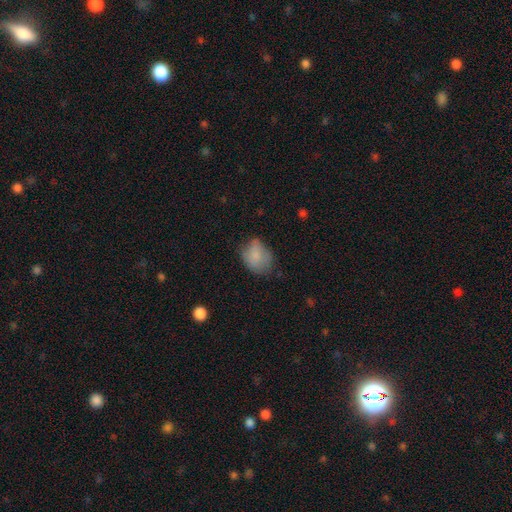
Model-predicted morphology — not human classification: A smooth galaxy with no disk features (79%) that is in between round and cigar-shaped (58%). Merging: none (51%).